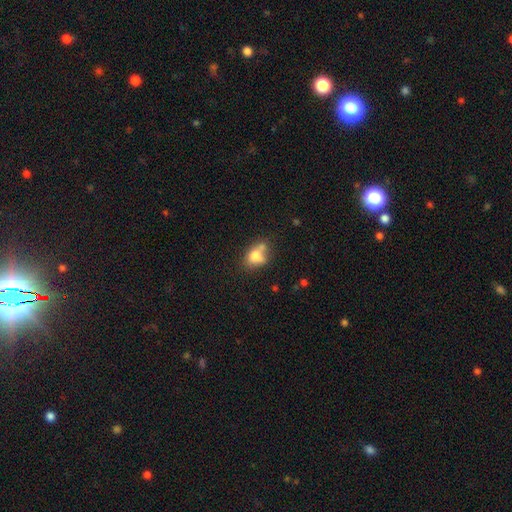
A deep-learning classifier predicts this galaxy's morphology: smooth-or-featured: smooth: 72% | featured or disk: 18% | star or artifact: 10%
  how-rounded: in between: 64% | round: 34% | cigar-shaped: 2%
  merging: none: 38% | merger: 34% | minor disturbance: 20% | major disturbance: 9%